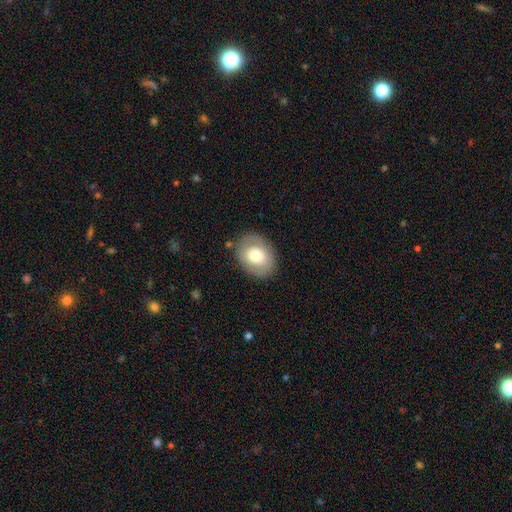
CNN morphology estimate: smooth 63%, featured or disk 30%, star or artifact 7%. Down the decision tree: how rounded — in between (58%); merging — none (82%).